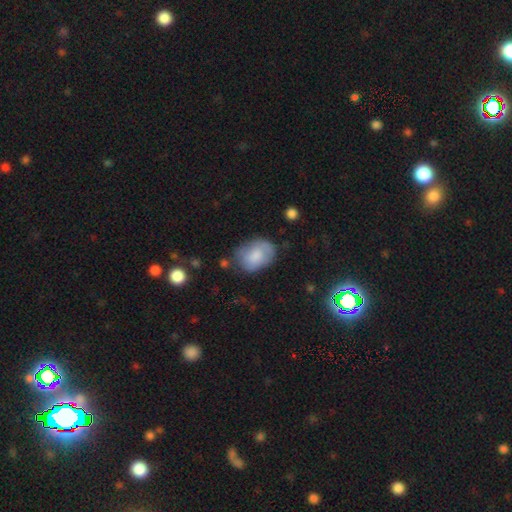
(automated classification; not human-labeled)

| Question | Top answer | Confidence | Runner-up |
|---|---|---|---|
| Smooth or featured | smooth | 72% | featured or disk (20%) |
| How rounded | in between | 71% | round (28%) |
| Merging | none | 57% | minor disturbance (28%) |